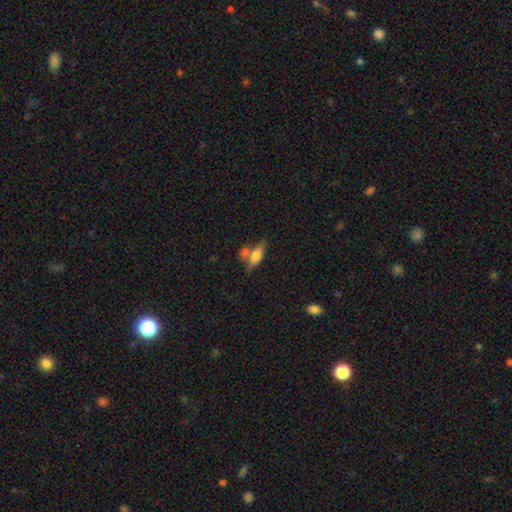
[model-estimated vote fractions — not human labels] Smooth or featured? smooth (62%)
How rounded? in between (63%)
Merging? none (47%)